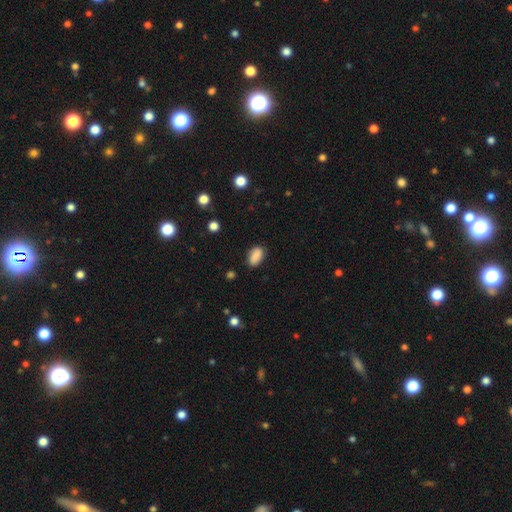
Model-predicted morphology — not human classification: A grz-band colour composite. It shows a smooth galaxy with no disk features (87%) that is in between round and cigar-shaped (90%). Merging: none (81%).